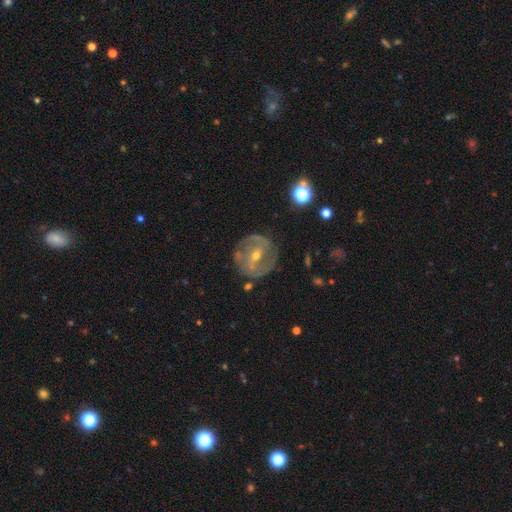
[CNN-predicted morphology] Smooth or featured?
  - featured or disk: 82% *
  - smooth: 11%
  - star or artifact: 7%
Edge-on disk?
  - no: 96% *
  - yes: 4%
Bar?
  - strong: 40% *
  - weak: 39%
  - no: 21%
Spiral arms?
  - yes: 84% *
  - no: 16%
Spiral winding?
  - tight: 43% *
  - medium: 42%
  - loose: 15%
Spiral arm count?
  - 2: 72% *
  - can't tell: 15%
  - 3: 6%
  - 1: 3%
  - 4: 2%
  - more than 4: 2%
Bulge size?
  - small: 53% *
  - moderate: 44%
  - large: 1%
  - none: 1%
  - dominant: 1%
Merging?
  - none: 77% *
  - minor disturbance: 15%
  - major disturbance: 6%
  - merger: 2%